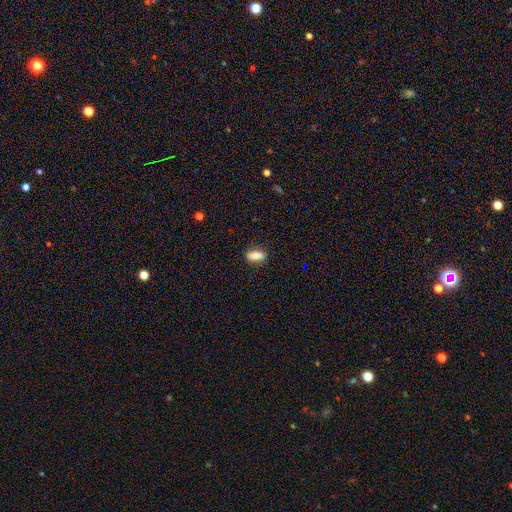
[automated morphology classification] smooth_or_featured: smooth (p=0.78) [alt: featured or disk p=0.14]
how_rounded: in between (p=0.75) [alt: cigar-shaped p=0.20]
merging: none (p=0.85) [alt: minor disturbance p=0.11]